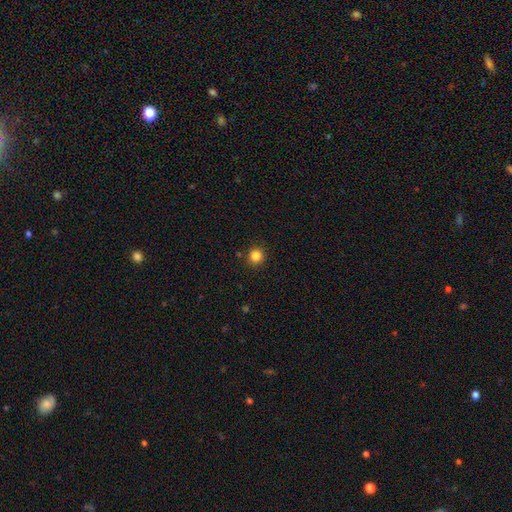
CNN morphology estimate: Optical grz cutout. It shows a smooth galaxy with no disk features (84%) that is round (94%). Merging: none (90%).